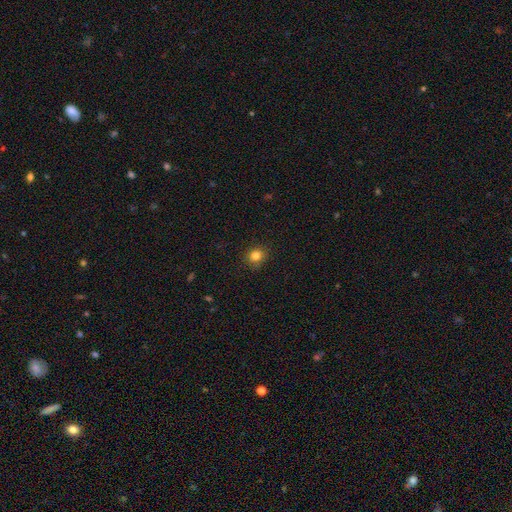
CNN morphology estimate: Smooth or featured?
  - smooth: 82% *
  - star or artifact: 12%
  - featured or disk: 5%
How rounded?
  - round: 79% *
  - in between: 20%
  - cigar-shaped: 1%
Merging?
  - none: 87% *
  - minor disturbance: 9%
  - major disturbance: 2%
  - merger: 1%